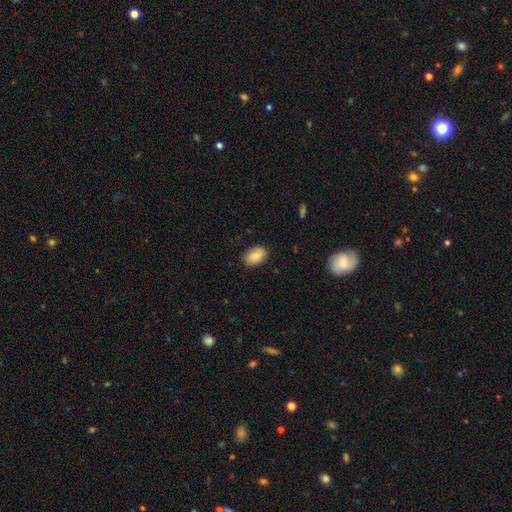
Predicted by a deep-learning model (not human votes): smooth_or_featured: smooth (p=0.87) [alt: star or artifact p=0.07]
how_rounded: in between (p=0.91) [alt: round p=0.08]
merging: none (p=0.86) [alt: minor disturbance p=0.11]